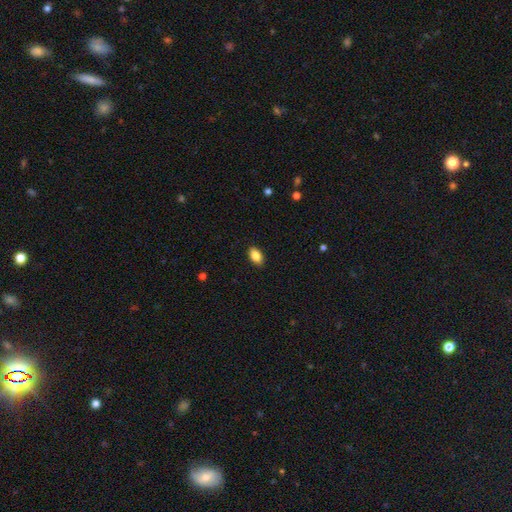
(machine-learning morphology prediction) The model was most divided on "smooth or featured": smooth: 87%, star or artifact: 8%, featured or disk: 6%. More confident: how rounded — in between (92%); merging — none (90%).